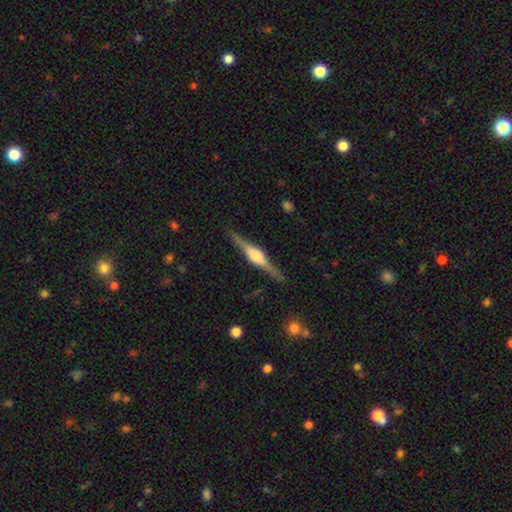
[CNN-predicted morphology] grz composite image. It shows a featured or disk galaxy (83%) viewed edge-on (98%) with a rounded central bulge (84%). Merging: none (89%).